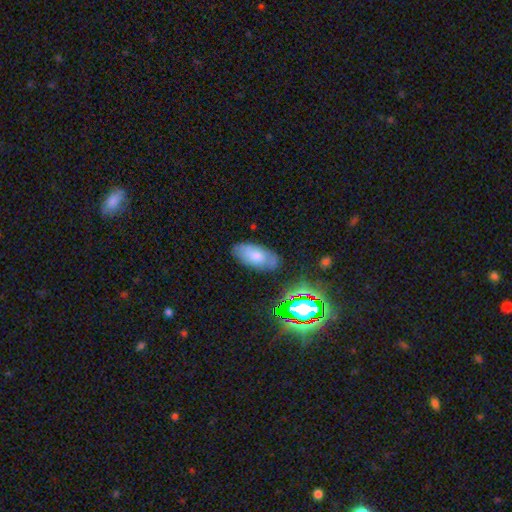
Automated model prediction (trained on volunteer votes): Smooth or featured? smooth (55%)
How rounded? in between (90%)
Merging? none (78%)